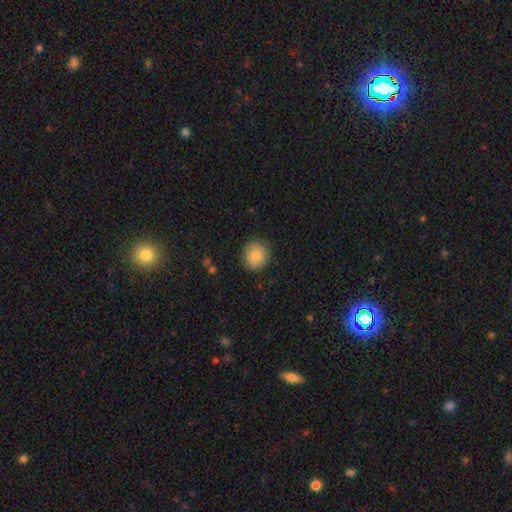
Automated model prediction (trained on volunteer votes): This is clearly a smooth galaxy (84%). How rounded: clearly round (81%). Merging: clearly none (84%).